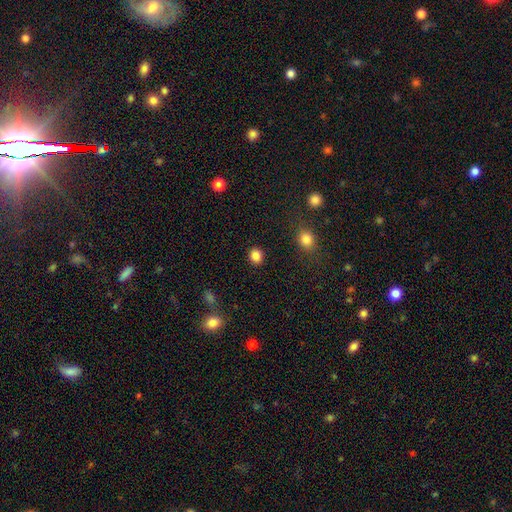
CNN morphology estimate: The model was most divided on "how rounded": round: 75%, in between: 24%, cigar-shaped: 1%. More confident: merging — none (90%); smooth or featured — smooth (86%).